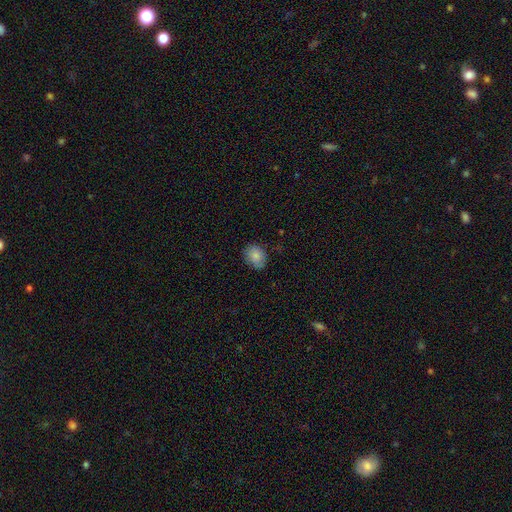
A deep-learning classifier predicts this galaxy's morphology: type=smooth (84%); roundness=in between (55%); merging=none (78%).